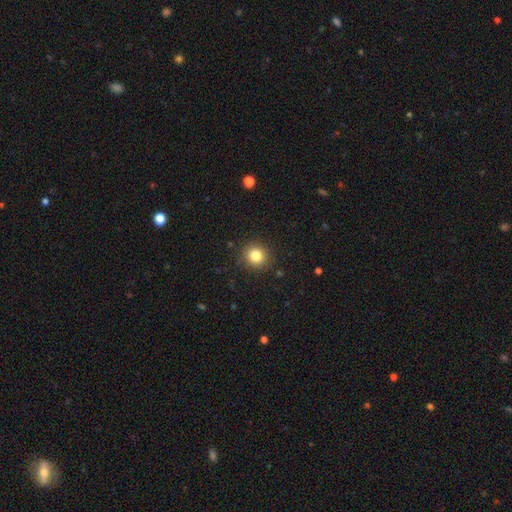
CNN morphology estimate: A smooth galaxy with no disk features (83%) that is round (88%).

Vote fractions:
- Smooth or featured? smooth: 83% / star or artifact: 11% / featured or disk: 6%
- How rounded? round: 88% / in between: 11% / cigar-shaped: 1%
- Merging? none: 89% / minor disturbance: 7% / major disturbance: 2% / merger: 1%